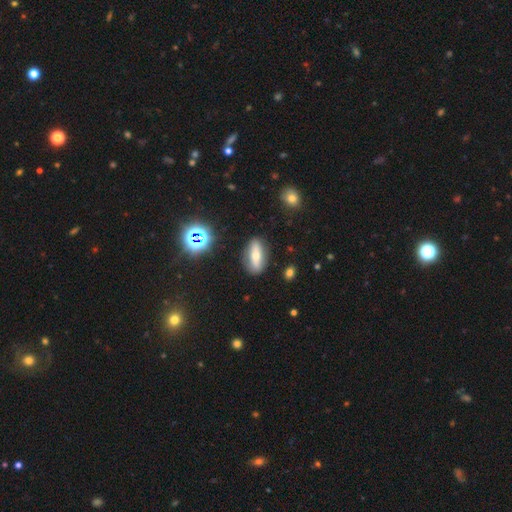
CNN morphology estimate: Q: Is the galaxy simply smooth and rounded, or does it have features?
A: smooth — 46%.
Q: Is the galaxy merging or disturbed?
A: none — 83%.